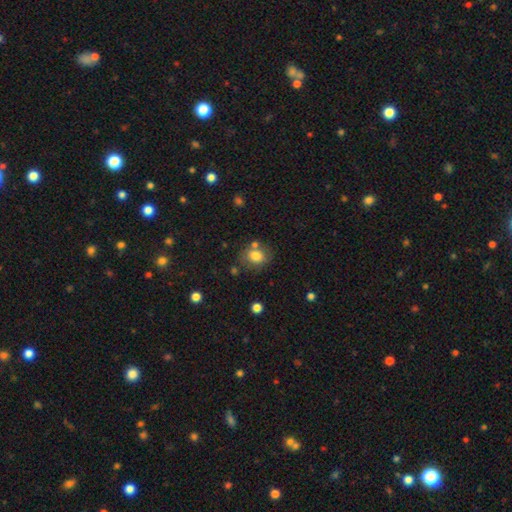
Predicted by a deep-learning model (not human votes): This appears to be a smooth galaxy with no disk features (78%) that is round (57%). Merging: none (66%).